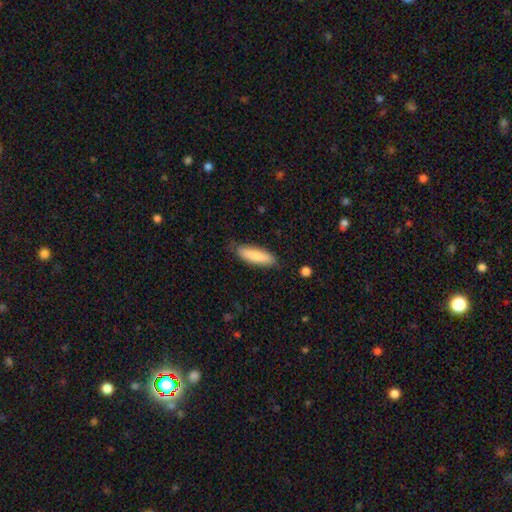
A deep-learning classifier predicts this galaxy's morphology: smooth-or-featured: smooth: 82% | featured or disk: 12% | star or artifact: 5%
  how-rounded: cigar-shaped: 59% | in between: 39% | round: 1%
  merging: none: 77% | minor disturbance: 18% | major disturbance: 3% | merger: 1%